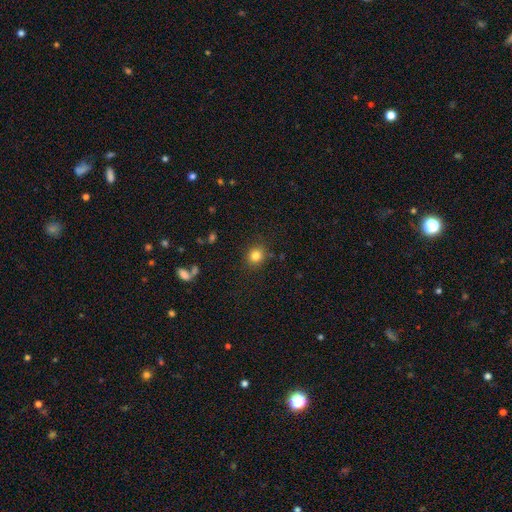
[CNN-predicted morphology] A smooth galaxy with no disk features (82%) that is round (80%).

Vote fractions:
- Smooth or featured? smooth: 82% / star or artifact: 12% / featured or disk: 6%
- How rounded? round: 80% / in between: 20% / cigar-shaped: 1%
- Merging? none: 87% / minor disturbance: 8% / major disturbance: 3% / merger: 2%